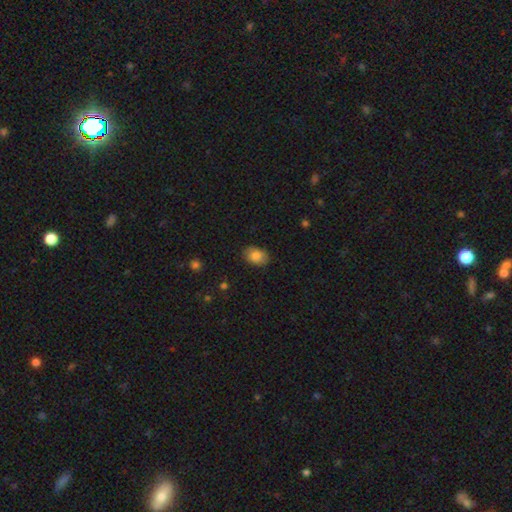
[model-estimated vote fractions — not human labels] Smooth or featured? Predicted: smooth (p=0.83). How rounded? Predicted: in between (p=0.80). Merging? Predicted: none (p=0.85).